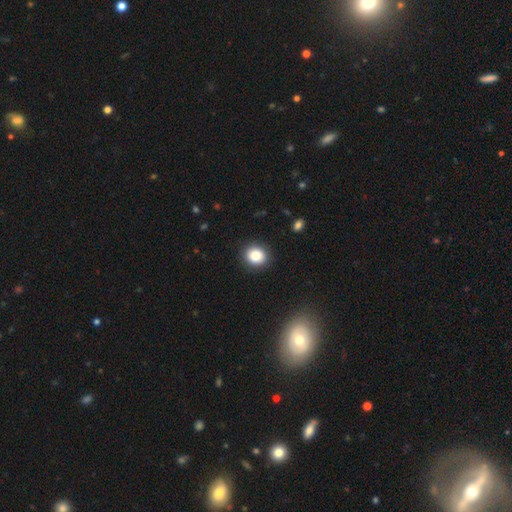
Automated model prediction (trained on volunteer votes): Smooth or featured? Predicted: smooth (p=0.85). How rounded? Predicted: round (p=0.80). Merging? Predicted: none (p=0.90).